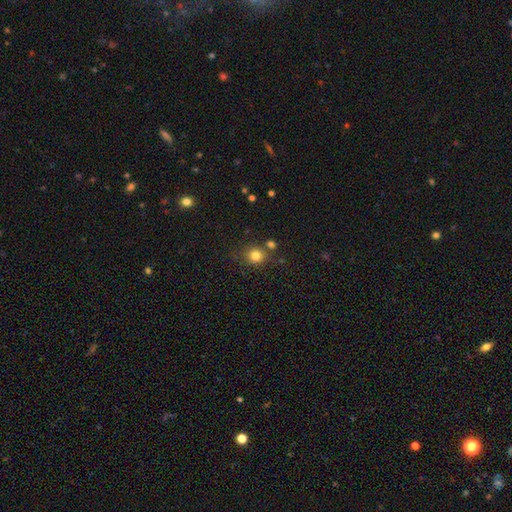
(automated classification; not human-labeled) Q: Smooth or featured?
A: smooth (81%); runner-up: star or artifact (13%)
Q: How rounded?
A: round (85%); runner-up: in between (14%)
Q: Merging?
A: none (75%); runner-up: minor disturbance (11%)